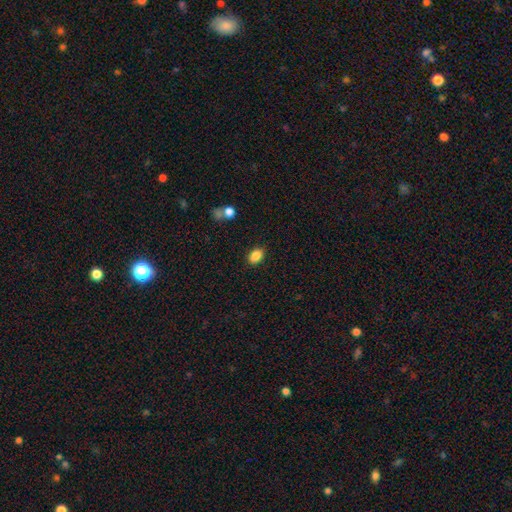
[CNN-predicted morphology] The model was most divided on "how rounded": in between: 79%, round: 20%, cigar-shaped: 1%. More confident: smooth or featured — smooth (87%); merging — none (86%).